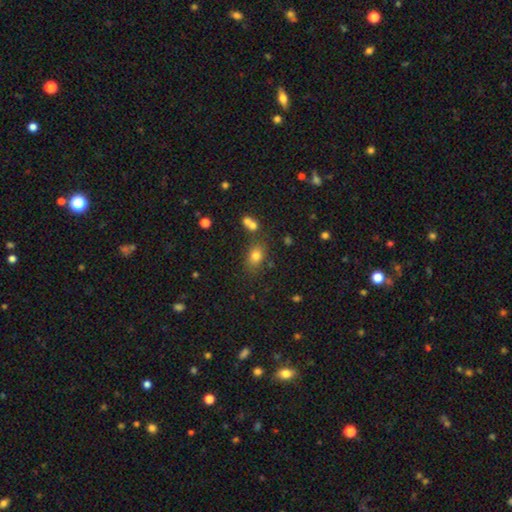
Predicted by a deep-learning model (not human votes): A smooth galaxy with no disk features (78%) that is in between round and cigar-shaped (74%).

Vote fractions:
- Smooth or featured? smooth: 78% / star or artifact: 13% / featured or disk: 10%
- How rounded? in between: 74% / round: 24% / cigar-shaped: 2%
- Merging? none: 70% / minor disturbance: 14% / merger: 11% / major disturbance: 5%